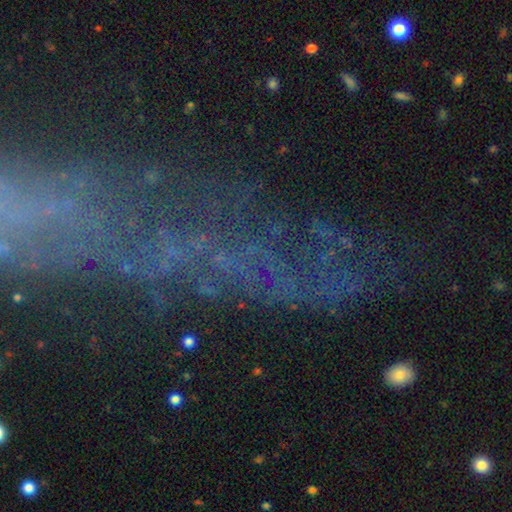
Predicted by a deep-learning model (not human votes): This is possibly a star or artifact rather than a galaxy (50%).